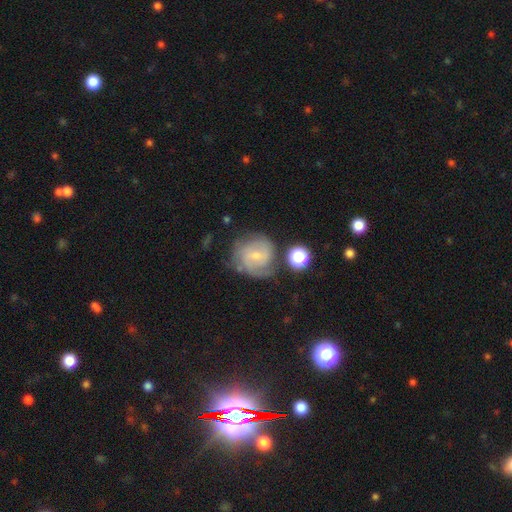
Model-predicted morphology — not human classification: Smooth or featured? featured or disk (70%)
Edge-on disk? no (97%)
Bar? weak (51%)
Spiral arms? yes (90%)
Spiral winding? tight (43%)
Spiral arm count? 2 (48%)
Bulge size? small (65%)
Merging? none (58%)